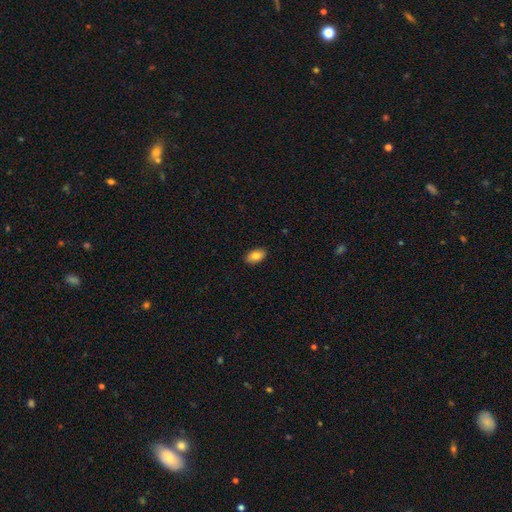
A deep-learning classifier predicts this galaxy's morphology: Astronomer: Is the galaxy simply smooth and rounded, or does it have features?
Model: smooth — 83%.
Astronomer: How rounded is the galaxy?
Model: in between — 93%.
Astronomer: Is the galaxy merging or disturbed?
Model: none — 90%.